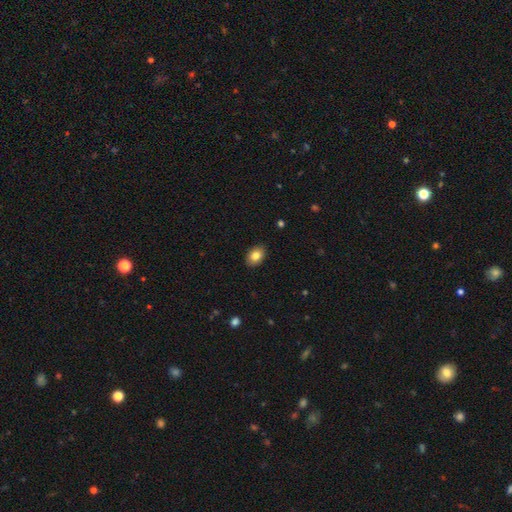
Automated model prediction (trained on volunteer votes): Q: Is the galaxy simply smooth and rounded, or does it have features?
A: smooth — 83%.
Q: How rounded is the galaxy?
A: in between — 78%.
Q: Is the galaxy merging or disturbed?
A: none — 89%.